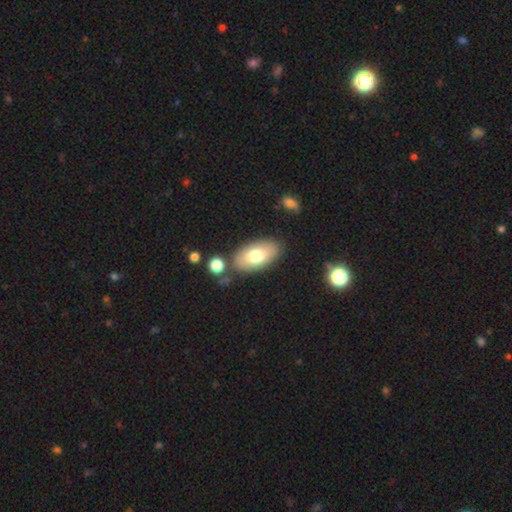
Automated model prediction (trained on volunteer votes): smooth 74%, featured or disk 19%, star or artifact 7%. Down the decision tree: how rounded — in between (93%); merging — none (79%).